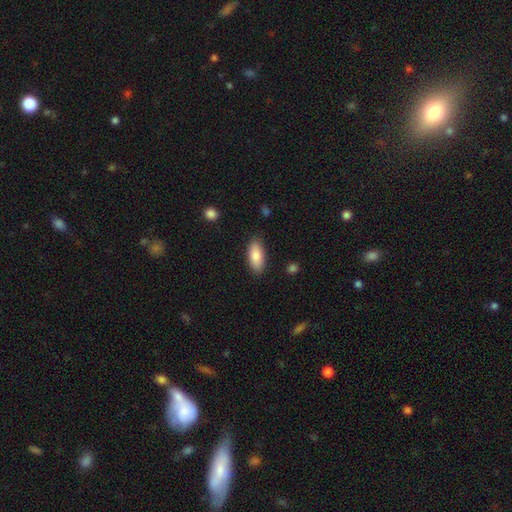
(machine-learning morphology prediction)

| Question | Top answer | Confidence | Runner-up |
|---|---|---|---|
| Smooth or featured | smooth | 84% | featured or disk (10%) |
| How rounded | in between | 85% | cigar-shaped (13%) |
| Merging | none | 86% | minor disturbance (10%) |